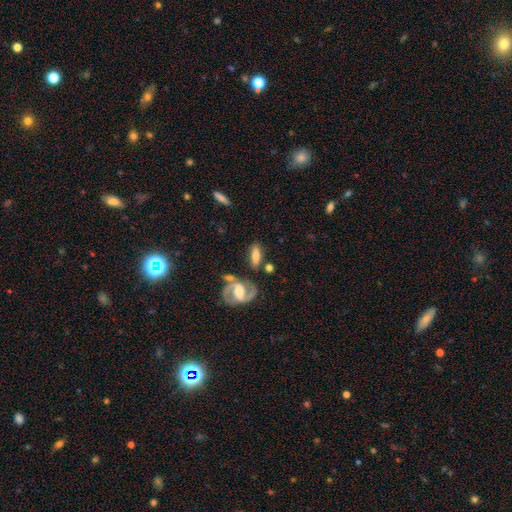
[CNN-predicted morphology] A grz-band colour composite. It shows a smooth galaxy with no disk features (50%). Merging: none (68%).